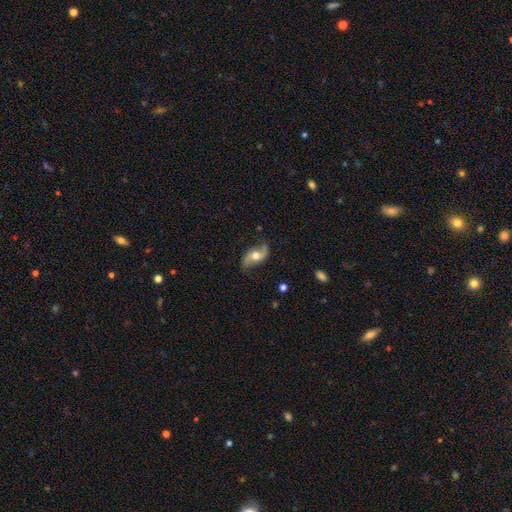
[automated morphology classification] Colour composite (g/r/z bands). It shows a featured or disk galaxy (74%) with no bar (66%), 2 (92%) loose (78%) spiral arms (90%) and a moderate central bulge (71%). Merging: none (75%).